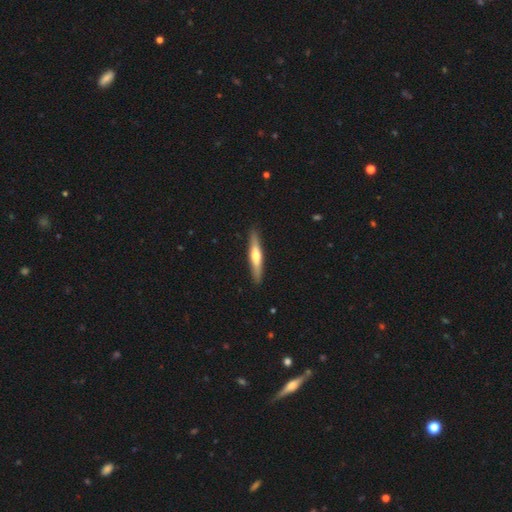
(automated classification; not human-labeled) A featured or disk galaxy (52%) viewed edge-on (94%). Merging: none (91%).